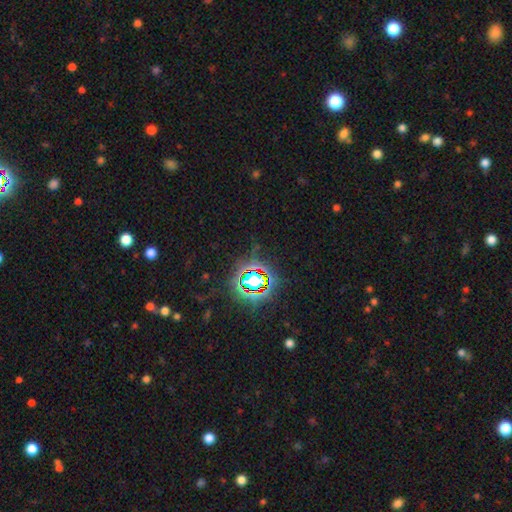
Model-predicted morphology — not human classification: smooth-or-featured: star or artifact: 80% | smooth: 12% | featured or disk: 8%